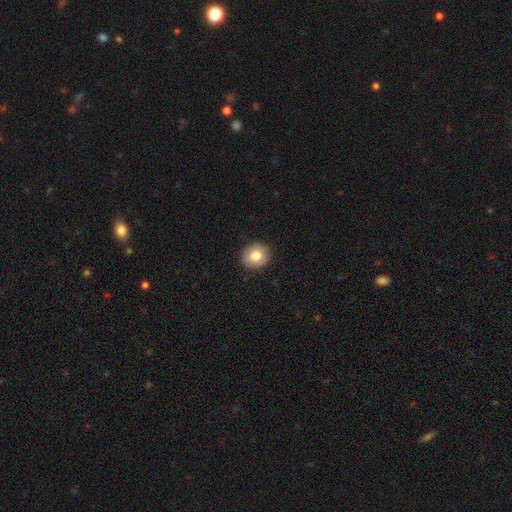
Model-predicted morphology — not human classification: A smooth galaxy with no disk features (79%) that is round (68%).

Vote fractions:
- Smooth or featured? smooth: 79% / featured or disk: 13% / star or artifact: 8%
- How rounded? round: 68% / in between: 31% / cigar-shaped: 1%
- Merging? none: 87% / minor disturbance: 10% / major disturbance: 2% / merger: 1%